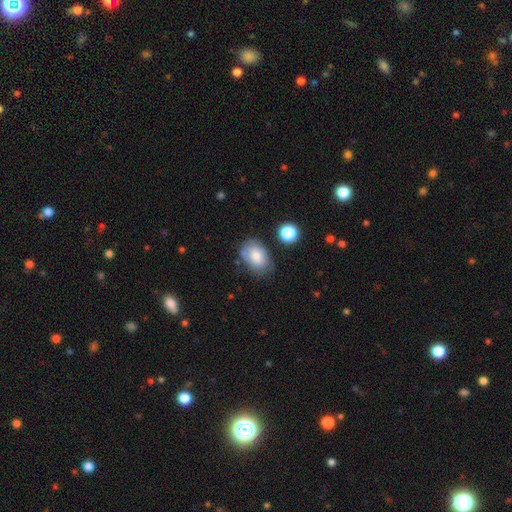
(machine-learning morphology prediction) The model was most divided on "merging": none: 64%, minor disturbance: 24%, major disturbance: 6%, merger: 5%. More confident: how rounded — in between (83%); smooth or featured — smooth (74%).